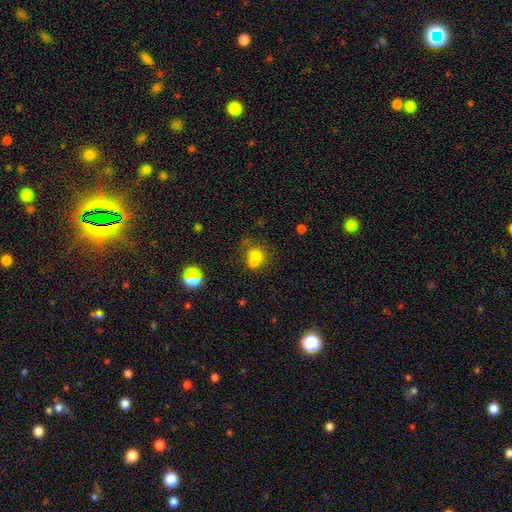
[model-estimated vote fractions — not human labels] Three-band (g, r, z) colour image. It shows a smooth galaxy with no disk features (67%) that is round (71%). Merging: merger (56%).